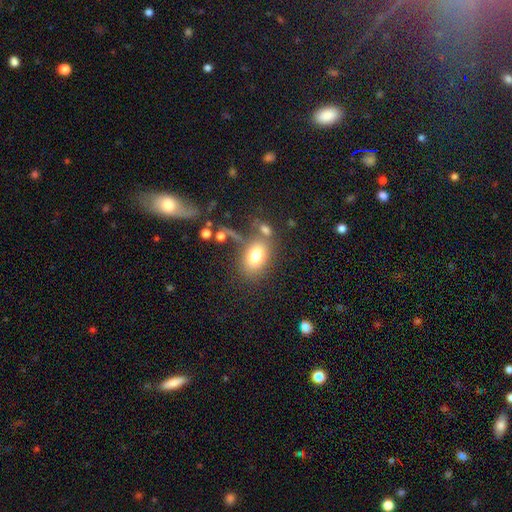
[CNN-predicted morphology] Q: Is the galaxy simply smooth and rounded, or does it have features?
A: smooth — 76%.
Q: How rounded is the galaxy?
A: in between — 80%.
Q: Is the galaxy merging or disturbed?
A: none — 60%.